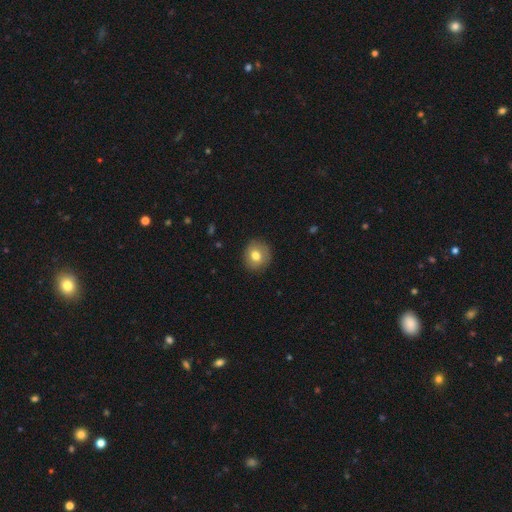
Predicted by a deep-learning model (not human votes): Smooth or featured: smooth — 75% (featured or disk — 16%)
How rounded: round — 85% (in between — 14%)
Merging: none — 87% (minor disturbance — 10%)